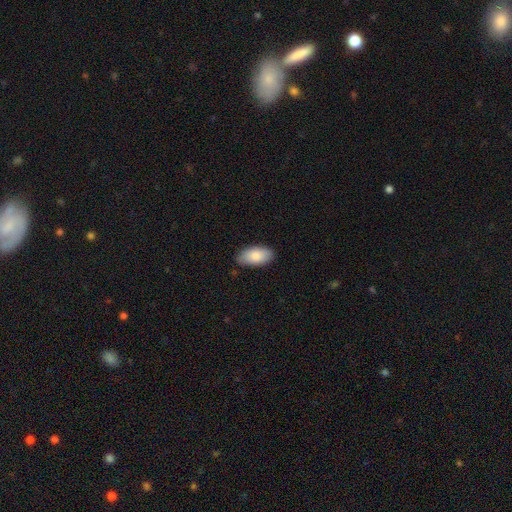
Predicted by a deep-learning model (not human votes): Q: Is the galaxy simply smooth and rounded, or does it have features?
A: smooth — 86%.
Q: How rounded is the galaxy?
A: in between — 94%.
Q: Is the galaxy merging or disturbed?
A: none — 82%.